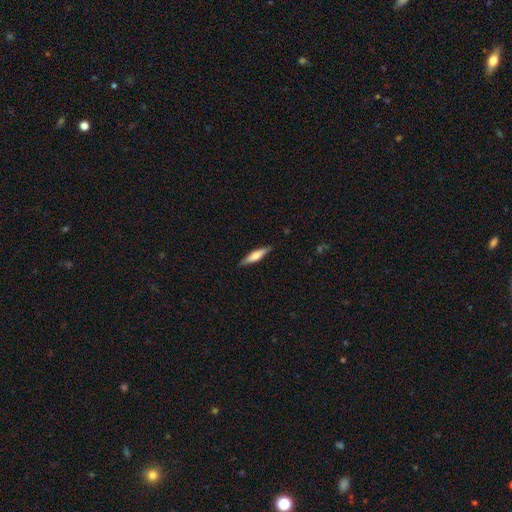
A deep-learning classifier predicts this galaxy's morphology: Smooth or featured: smooth — 61% (featured or disk — 33%)
How rounded: cigar-shaped — 76% (in between — 22%)
Merging: none — 87% (minor disturbance — 10%)